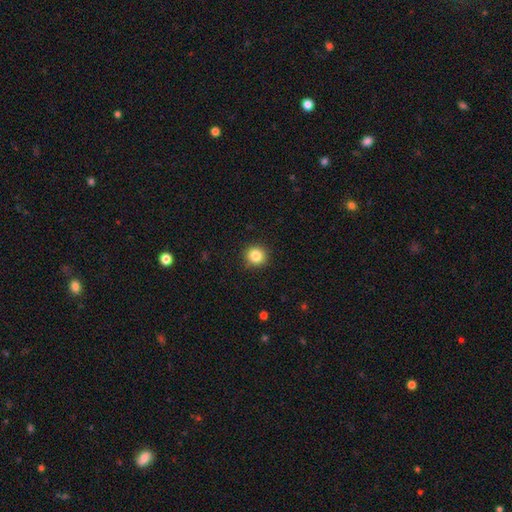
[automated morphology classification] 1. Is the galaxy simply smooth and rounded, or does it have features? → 85% smooth, 10% star or artifact, 5% featured or disk.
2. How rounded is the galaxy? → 92% round, 7% in between, 1% cigar-shaped.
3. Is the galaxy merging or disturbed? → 90% none, 7% minor disturbance, 2% major disturbance, 1% merger.